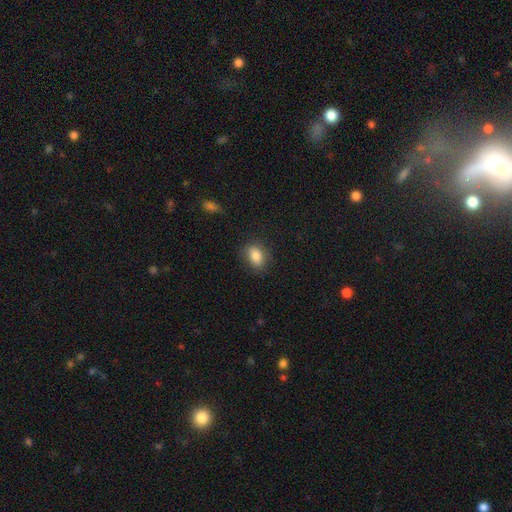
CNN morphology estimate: Q: Smooth or featured?
A: smooth (84%); runner-up: star or artifact (9%)
Q: How rounded?
A: in between (77%); runner-up: round (21%)
Q: Merging?
A: none (81%); runner-up: minor disturbance (14%)